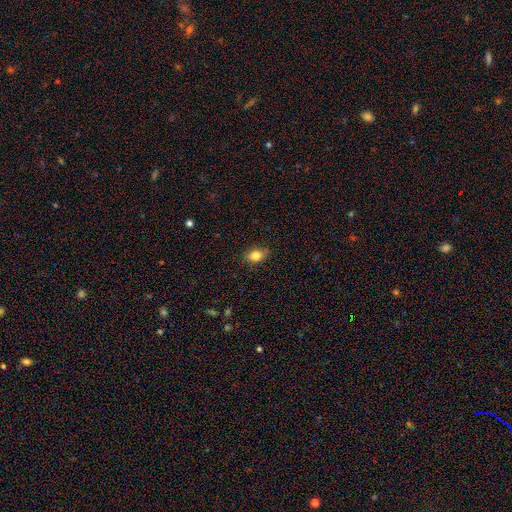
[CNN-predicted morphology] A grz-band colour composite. It shows a smooth galaxy with no disk features (84%) that is in between round and cigar-shaped (70%). Merging: none (84%).